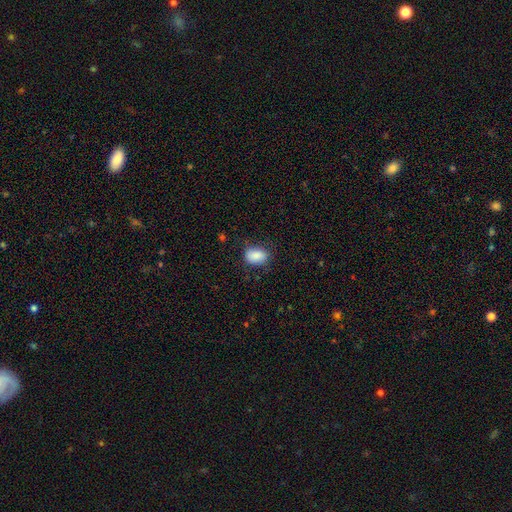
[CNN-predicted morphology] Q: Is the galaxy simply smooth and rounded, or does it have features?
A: smooth — 87%.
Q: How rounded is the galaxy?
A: in between — 81%.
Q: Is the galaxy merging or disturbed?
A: none — 75%.